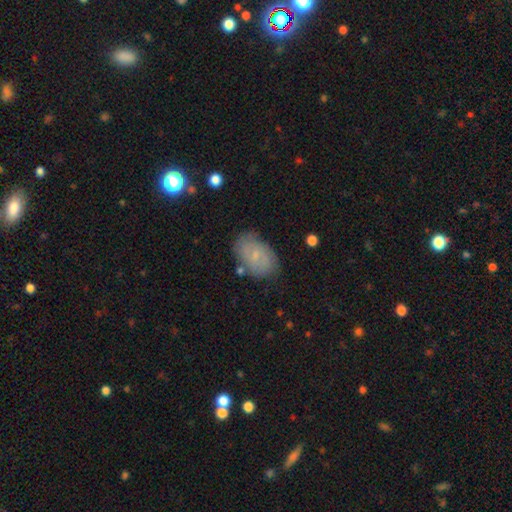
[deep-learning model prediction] A smooth galaxy with no disk features (54%) that is in between round and cigar-shaped (88%).

Vote fractions:
- Smooth or featured? smooth: 54% / featured or disk: 36% / star or artifact: 9%
- How rounded? in between: 88% / round: 10% / cigar-shaped: 1%
- Merging? none: 74% / minor disturbance: 19% / major disturbance: 5% / merger: 3%